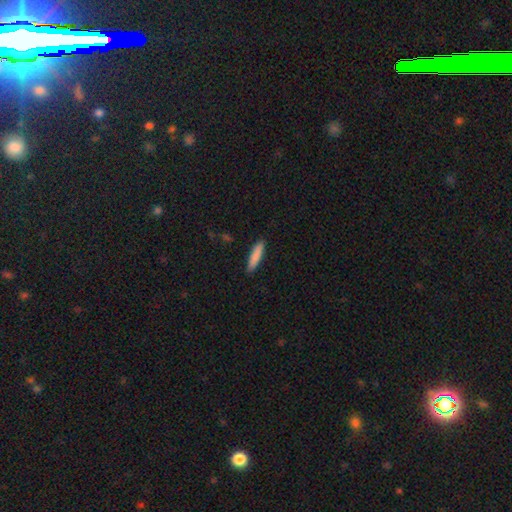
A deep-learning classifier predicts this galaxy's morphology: Overall: smooth (85%). How rounded: cigar-shaped (82%). Merging: none (89%).